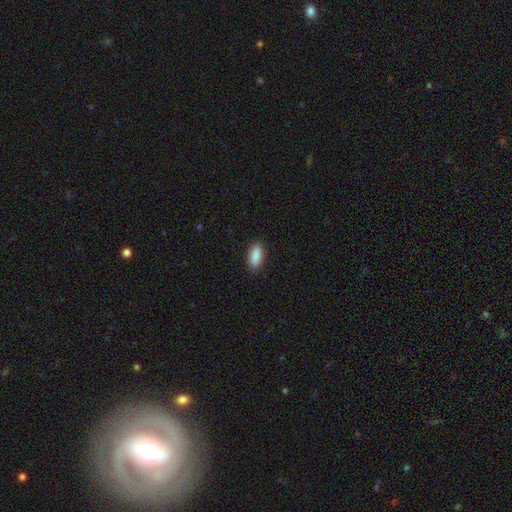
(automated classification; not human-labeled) smooth 90%, star or artifact 6%, featured or disk 4%. Down the decision tree: how rounded — in between (83%); merging — none (89%).